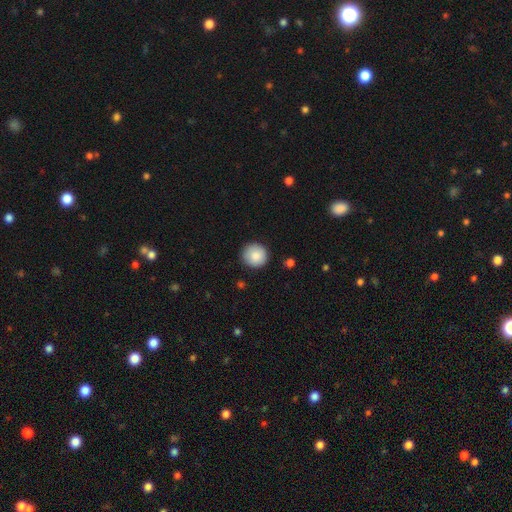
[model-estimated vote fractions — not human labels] Overall: smooth (87%). How rounded: round (94%). Merging: none (90%).